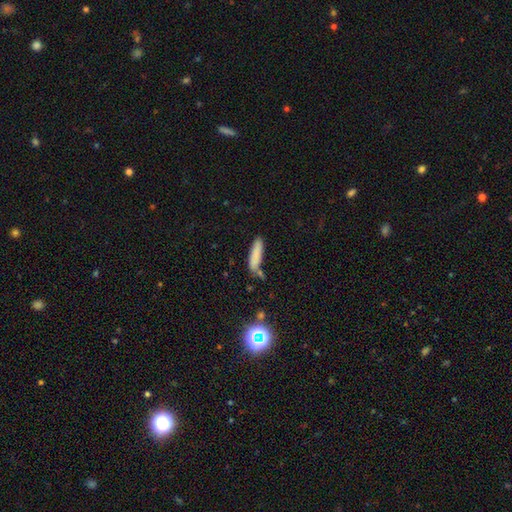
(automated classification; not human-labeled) The model was most divided on "how rounded": cigar-shaped: 73%, in between: 25%, round: 2%. More confident: smooth or featured — smooth (81%); merging — none (71%).